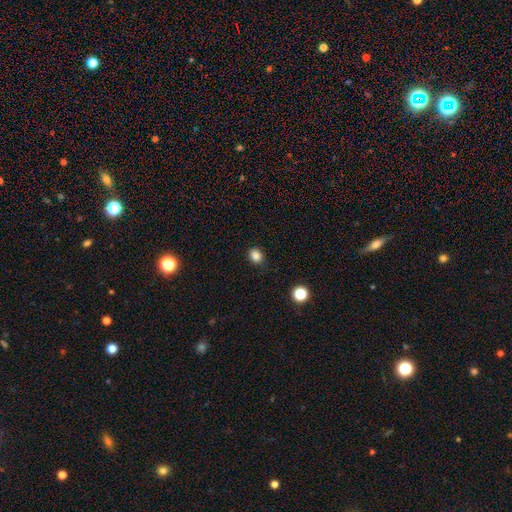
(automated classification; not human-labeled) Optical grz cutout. It shows a smooth galaxy with no disk features (84%) that is round (61%). Merging: none (88%).